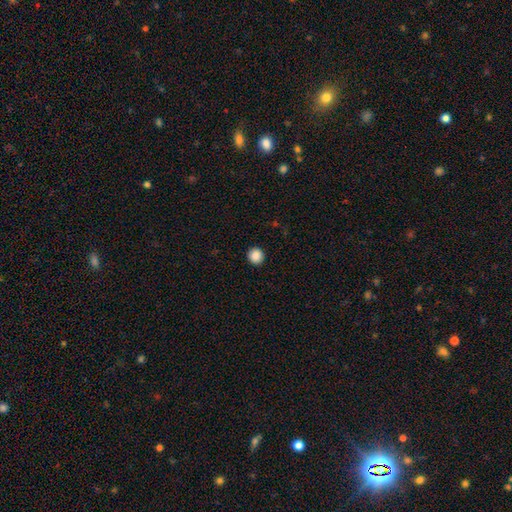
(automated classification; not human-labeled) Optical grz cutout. It shows a smooth galaxy with no disk features (88%) that is round (92%). Merging: none (93%).